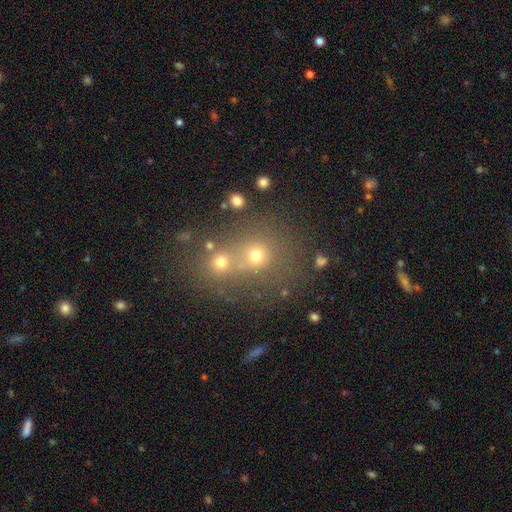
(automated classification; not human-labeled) Smooth or featured? Predicted: smooth (p=0.58). How rounded? Predicted: round (p=0.80). Merging? Predicted: merger (p=0.45).